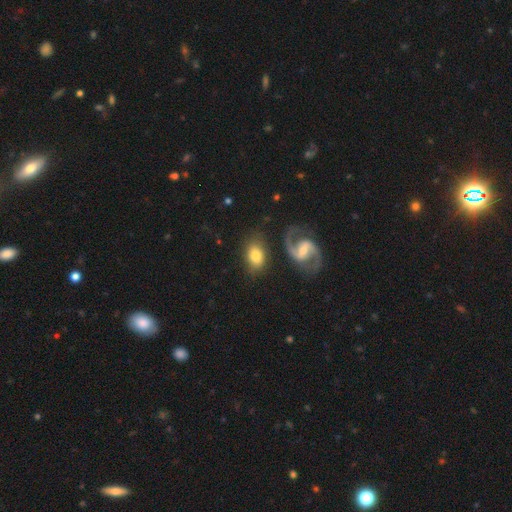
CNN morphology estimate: smooth_or_featured: smooth (p=0.64) [alt: featured or disk p=0.29]
how_rounded: in between (p=0.82) [alt: round p=0.16]
merging: none (p=0.70) [alt: minor disturbance p=0.17]